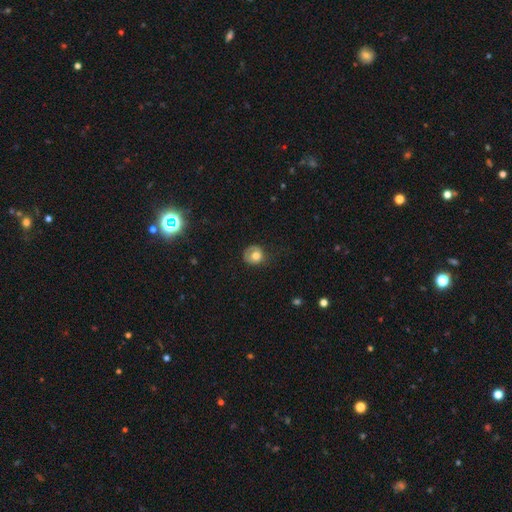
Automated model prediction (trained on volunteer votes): Morphology: type=smooth (68%); roundness=round (75%); merging=none (49%).